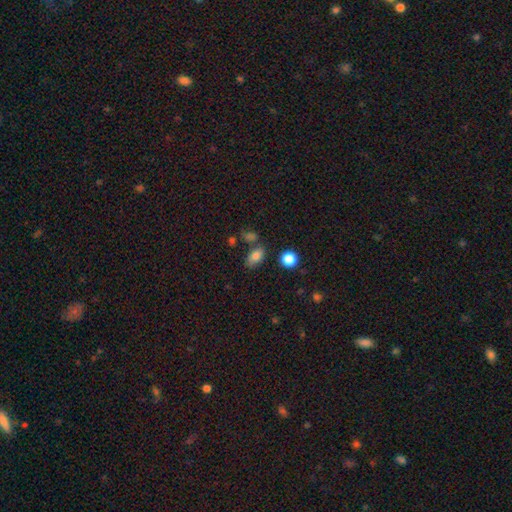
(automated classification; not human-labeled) smooth-or-featured: smooth: 80% | star or artifact: 11% | featured or disk: 9%
  how-rounded: in between: 86% | round: 12% | cigar-shaped: 2%
  merging: none: 66% | minor disturbance: 18% | merger: 10% | major disturbance: 5%